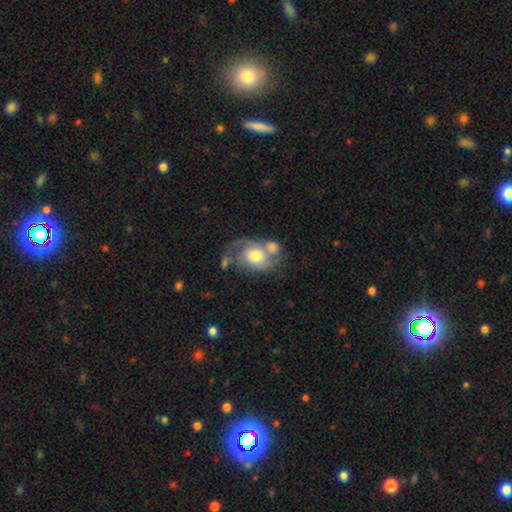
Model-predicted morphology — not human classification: smooth-or-featured: featured or disk: 60% | smooth: 33% | star or artifact: 7%
  disk-edge-on: no: 96% | yes: 4%
    bar: no: 71% | weak: 24% | strong: 5%
    has-spiral-arms: yes: 77% | no: 23%
    bulge-size: moderate: 63% | large: 20% | small: 13% | dominant: 2% | none: 2%
  merging: merger: 38% | none: 29% | minor disturbance: 17% | major disturbance: 16%